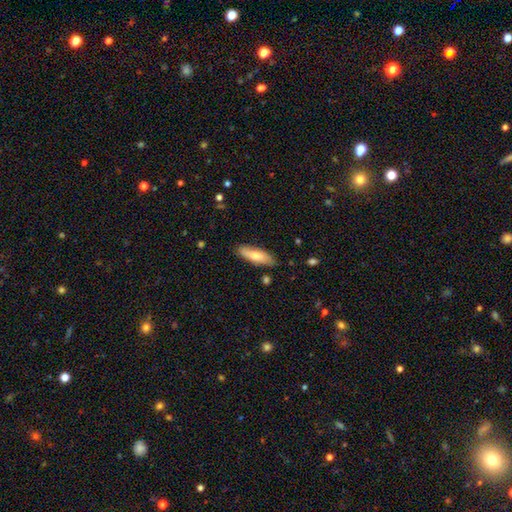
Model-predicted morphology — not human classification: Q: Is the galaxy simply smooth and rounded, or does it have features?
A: smooth — 69%.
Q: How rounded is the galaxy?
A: cigar-shaped — 51%.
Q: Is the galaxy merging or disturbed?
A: none — 83%.